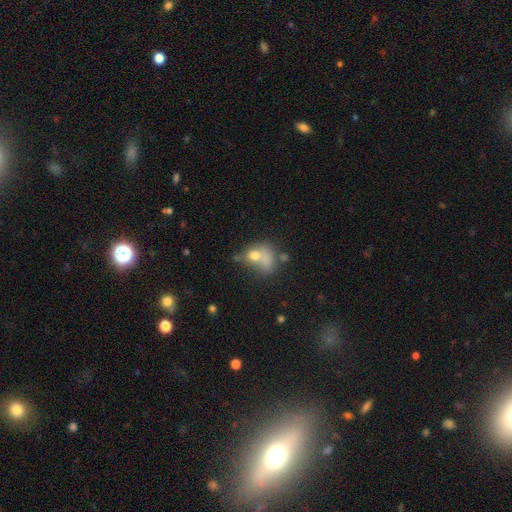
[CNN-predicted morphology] smooth-or-featured: smooth: 67% | featured or disk: 20% | star or artifact: 13%
  how-rounded: in between: 51% | round: 47% | cigar-shaped: 2%
  merging: merger: 29% | none: 28% | major disturbance: 23% | minor disturbance: 20%